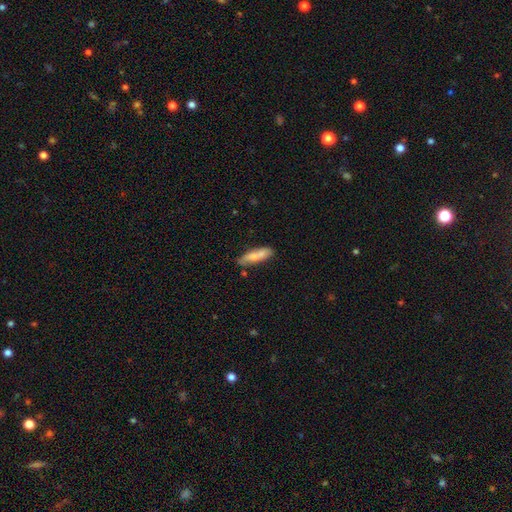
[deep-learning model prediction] smooth-or-featured: smooth: 72% | featured or disk: 22% | star or artifact: 6%
  how-rounded: cigar-shaped: 61% | in between: 37% | round: 2%
  merging: none: 67% | minor disturbance: 19% | merger: 10% | major disturbance: 4%